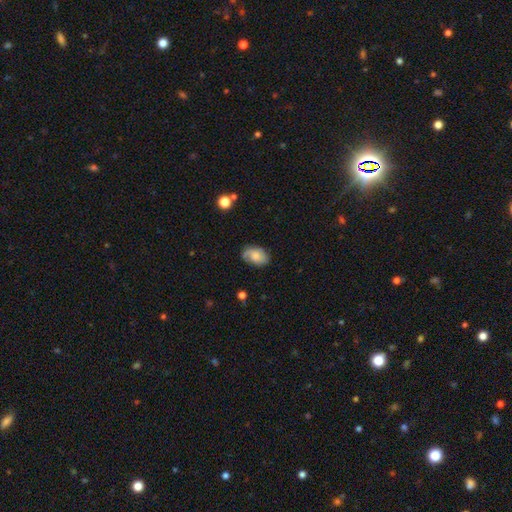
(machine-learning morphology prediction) Q: Smooth or featured?
A: smooth (48%); runner-up: featured or disk (44%)
Q: Merging?
A: none (69%); runner-up: minor disturbance (22%)